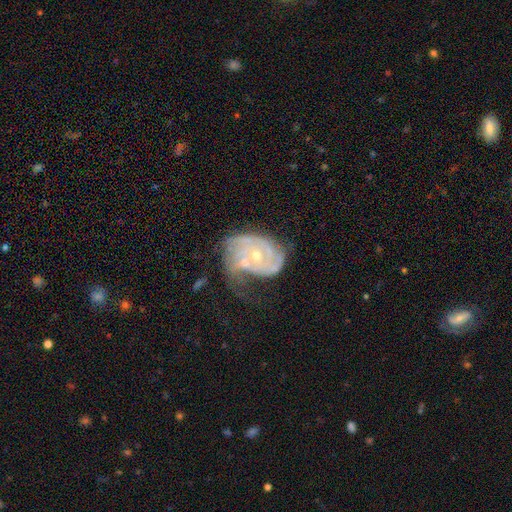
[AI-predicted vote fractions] A featured or disk galaxy (83%) with no bar (77%), tight (63%) spiral arms (89%) and a small central bulge (59%).

Vote fractions:
- Smooth or featured? featured or disk: 83% / smooth: 11% / star or artifact: 7%
- Edge-on disk? no: 97% / yes: 3%
- Bar? no: 77% / weak: 19% / strong: 4%
- Spiral arms? yes: 89% / no: 11%
- Spiral winding? tight: 63% / medium: 27% / loose: 10%
- Spiral arm count? can't tell: 37% / 2: 26% / 3: 19% / 4: 7% / 1: 7% / more than 4: 5%
- Bulge size? small: 59% / moderate: 38% / none: 1% / large: 1% / dominant: 1%
- Merging? merger: 30% (tied) / none: 30% (tied) / major disturbance: 21% / minor disturbance: 20%